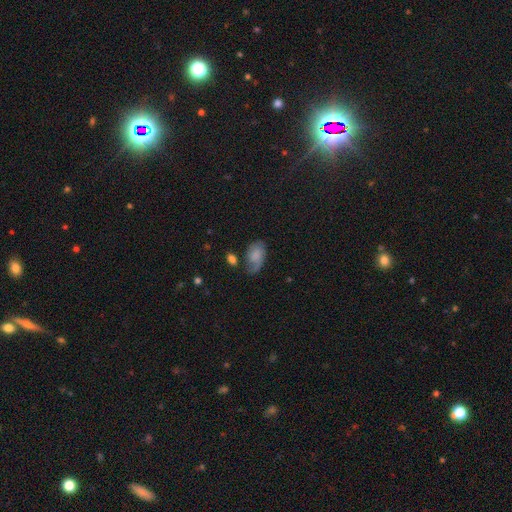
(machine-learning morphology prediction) Smooth or featured?
  - smooth: 63% *
  - featured or disk: 28%
  - star or artifact: 9%
How rounded?
  - in between: 90% *
  - round: 8%
  - cigar-shaped: 2%
Merging?
  - none: 45% *
  - minor disturbance: 31%
  - major disturbance: 17%
  - merger: 7%